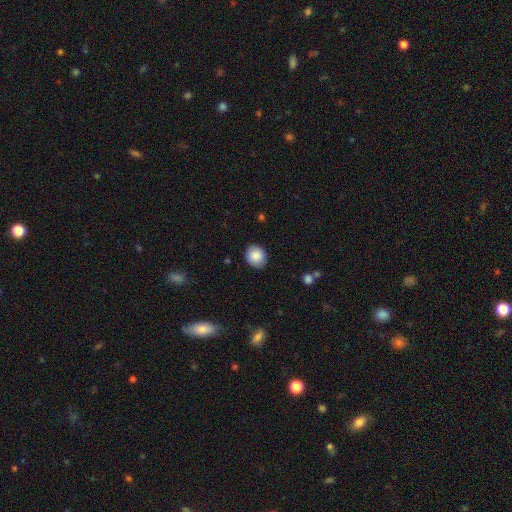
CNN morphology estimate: smooth_or_featured: smooth (p=0.88) [alt: star or artifact p=0.07]
how_rounded: round (p=0.67) [alt: in between p=0.32]
merging: none (p=0.88) [alt: minor disturbance p=0.09]